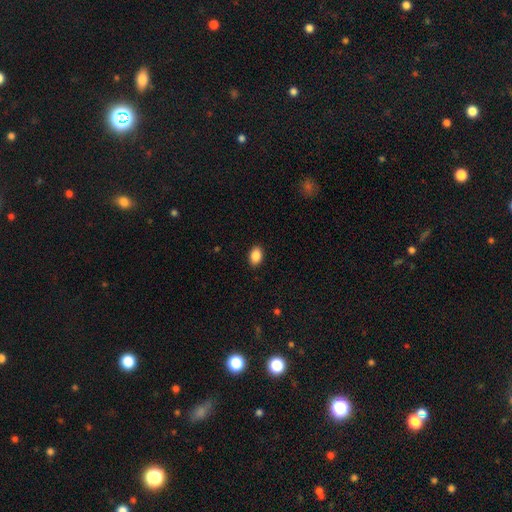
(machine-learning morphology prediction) A smooth galaxy with no disk features (88%) that is in between round and cigar-shaped (82%). Merging: none (90%).